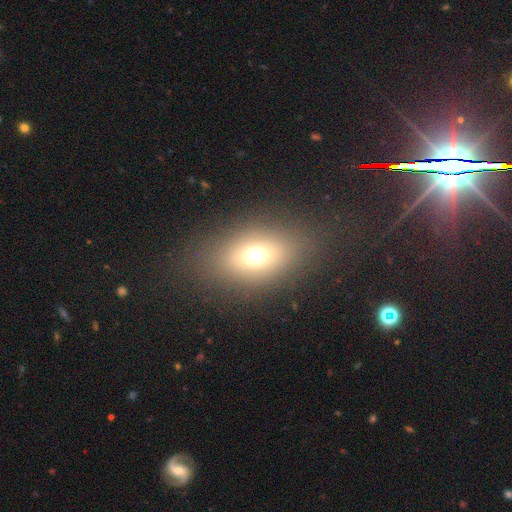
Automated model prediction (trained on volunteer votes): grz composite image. It shows a smooth galaxy with no disk features (66%) that is in between round and cigar-shaped (72%). Merging: none (82%).